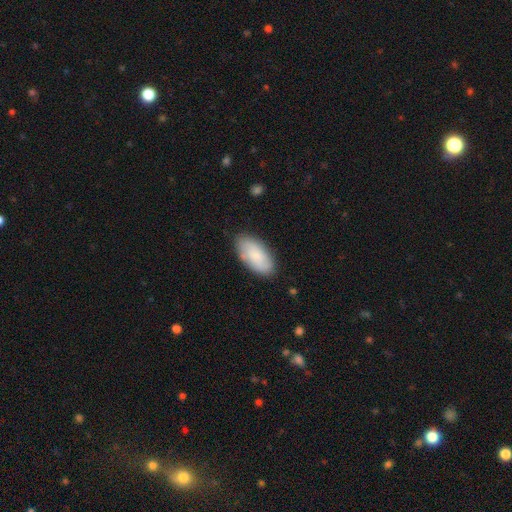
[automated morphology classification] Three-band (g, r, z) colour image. It shows a smooth galaxy with no disk features (79%) that is in between round and cigar-shaped (93%). Merging: none (83%).